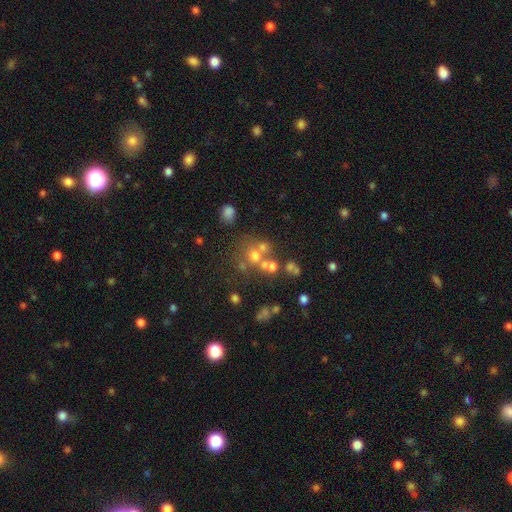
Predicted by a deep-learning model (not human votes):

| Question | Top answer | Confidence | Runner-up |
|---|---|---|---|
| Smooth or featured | smooth | 49% | star or artifact (26%) |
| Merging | none | 47% | merger (37%) |